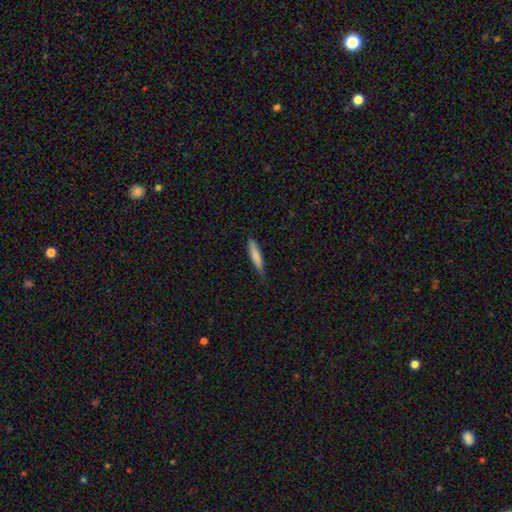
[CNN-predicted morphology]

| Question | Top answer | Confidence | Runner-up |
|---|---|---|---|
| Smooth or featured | smooth | 80% | featured or disk (14%) |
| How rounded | cigar-shaped | 85% | in between (14%) |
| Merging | none | 69% | minor disturbance (26%) |